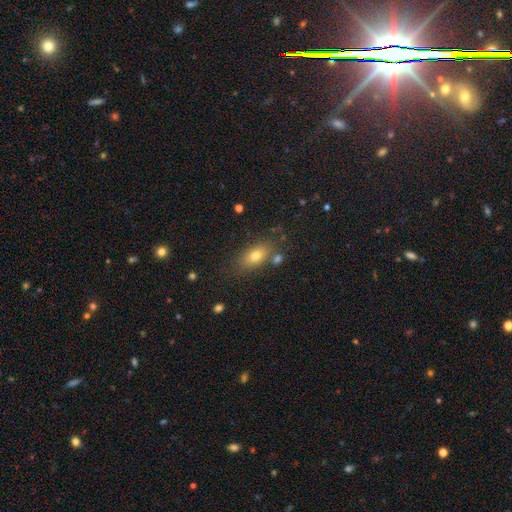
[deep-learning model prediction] Smooth or featured? Predicted: smooth (p=0.75). How rounded? Predicted: in between (p=0.83). Merging? Predicted: none (p=0.73).